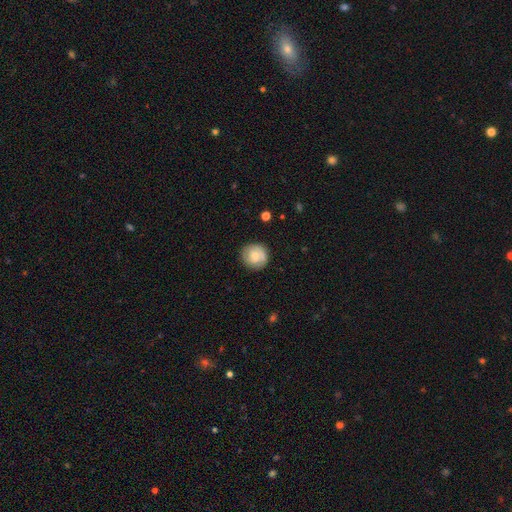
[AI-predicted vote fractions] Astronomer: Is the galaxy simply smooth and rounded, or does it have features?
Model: smooth — 66%.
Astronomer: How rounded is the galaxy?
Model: round — 91%.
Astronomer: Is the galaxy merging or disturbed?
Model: none — 83%.